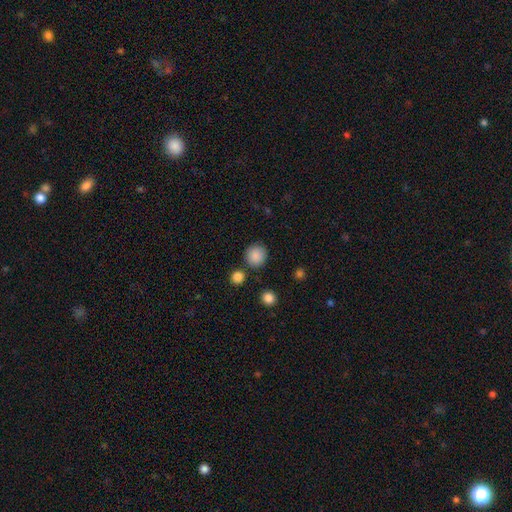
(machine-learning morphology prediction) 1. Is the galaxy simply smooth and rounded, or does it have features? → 87% smooth, 9% star or artifact, 4% featured or disk.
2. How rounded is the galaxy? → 91% round, 8% in between, 1% cigar-shaped.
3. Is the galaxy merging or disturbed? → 84% none, 8% minor disturbance, 5% merger, 3% major disturbance.